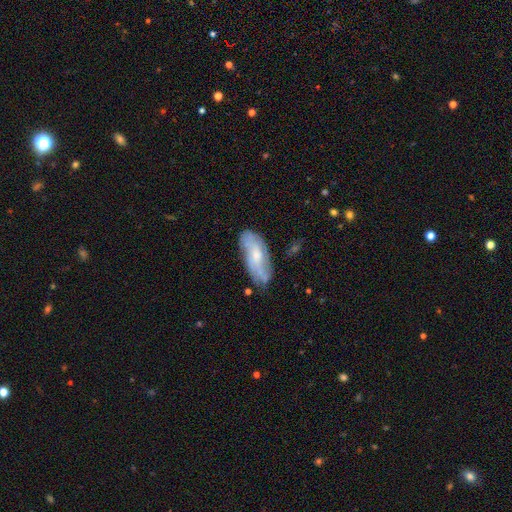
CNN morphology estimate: A featured or disk galaxy (58%) with no bar (68%), spiral arms (74%) and a small central bulge (57%).

Vote fractions:
- Smooth or featured? featured or disk: 58% / smooth: 35% / star or artifact: 7%
- Edge-on disk? no: 87% / yes: 13%
- Bar? no: 68% / weak: 27% / strong: 5%
- Spiral arms? yes: 74% / no: 26%
- Bulge size? small: 57% / moderate: 36% / none: 4% / large: 2% / dominant: 1%
- Merging? none: 66% / minor disturbance: 24% / major disturbance: 7% / merger: 3%